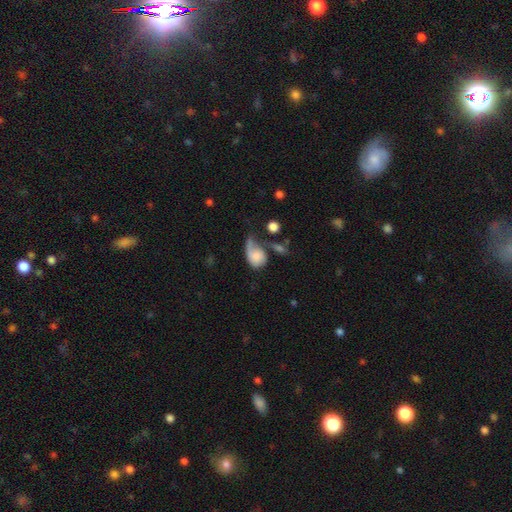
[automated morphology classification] Overall: smooth (52%; featured or disk 40%). How rounded: in between (65%; round 33%). Merging: major disturbance (41%; none 23%).